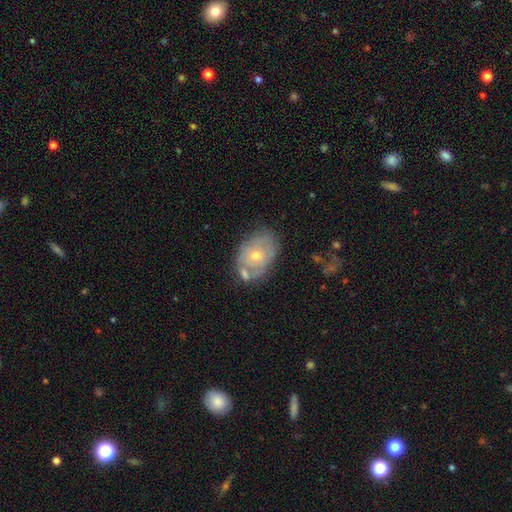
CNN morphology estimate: Smooth or featured? featured or disk (53%)
Edge-on disk? no (94%)
Merging? none (53%)